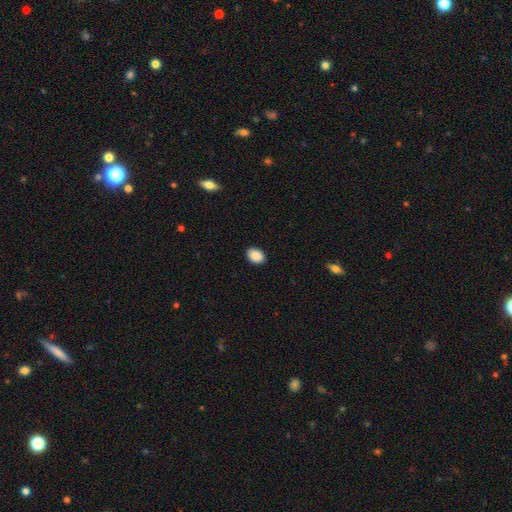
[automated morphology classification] Q: Smooth or featured?
A: smooth (89%); runner-up: star or artifact (8%)
Q: How rounded?
A: in between (71%); runner-up: round (28%)
Q: Merging?
A: none (90%); runner-up: minor disturbance (8%)